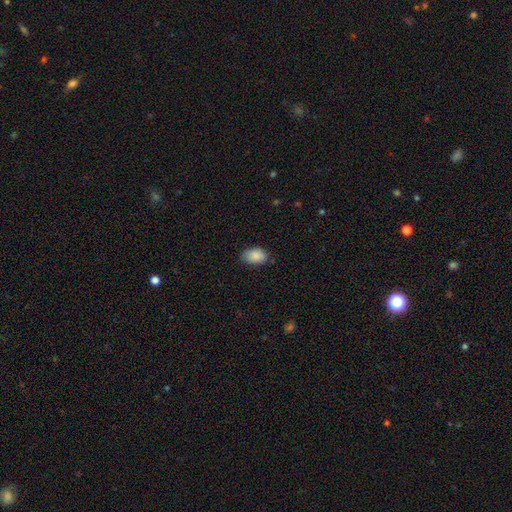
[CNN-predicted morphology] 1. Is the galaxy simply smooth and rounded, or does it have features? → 87% smooth, 7% star or artifact, 5% featured or disk.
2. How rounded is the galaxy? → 87% in between, 12% round, 1% cigar-shaped.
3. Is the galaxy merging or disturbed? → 76% none, 20% minor disturbance, 3% major disturbance, 1% merger.